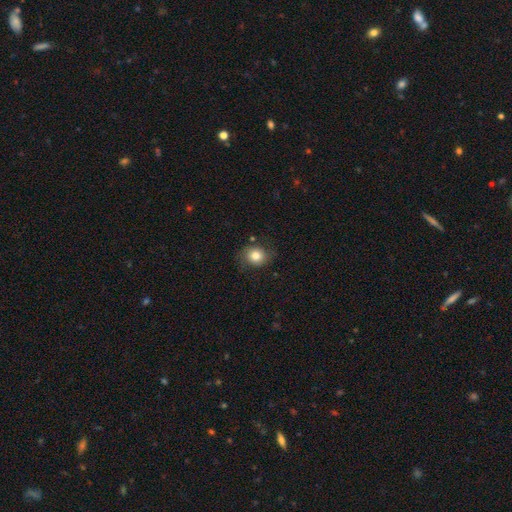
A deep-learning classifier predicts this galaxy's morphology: Smooth or featured? smooth (81%)
How rounded? round (69%)
Merging? none (74%)